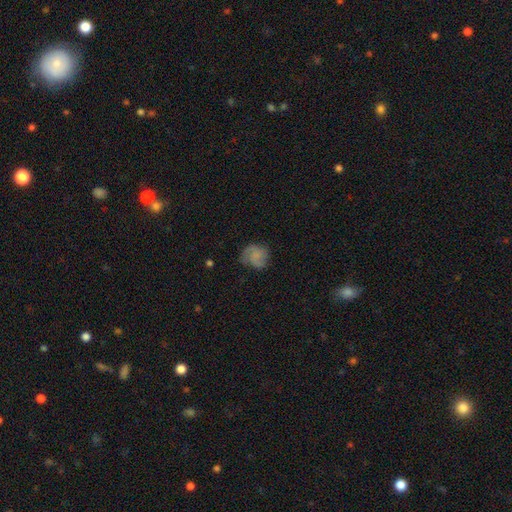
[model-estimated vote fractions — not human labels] Smooth or featured: smooth — 53% (featured or disk — 36%)
How rounded: round — 71% (in between — 28%)
Merging: none — 59% (minor disturbance — 25%)